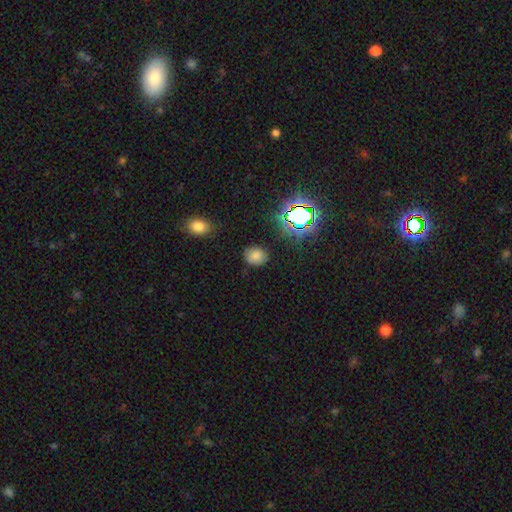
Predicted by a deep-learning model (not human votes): Overall: smooth (72%). How rounded: round (64%; in between 35%). Merging: none (83%).